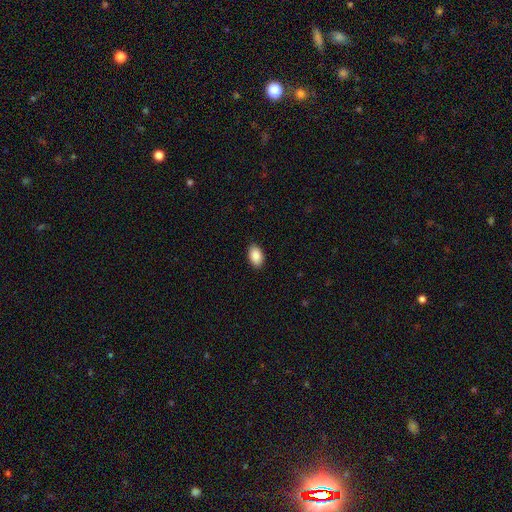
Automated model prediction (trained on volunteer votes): The model was most divided on "merging": none: 89%, minor disturbance: 8%, major disturbance: 2%, merger: 1%. More confident: how rounded — in between (93%); smooth or featured — smooth (90%).